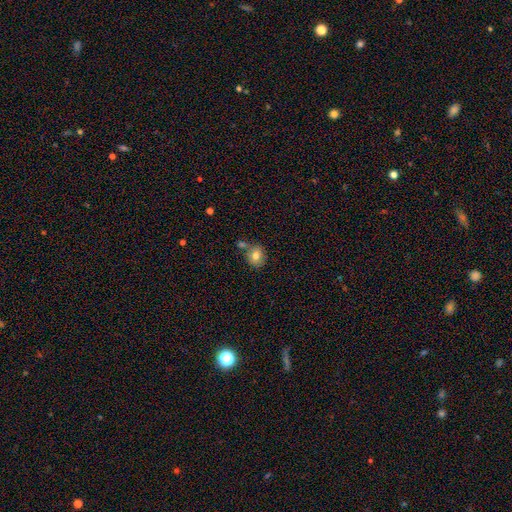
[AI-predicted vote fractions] This is likely a smooth galaxy (79%). How rounded: likely round (66%). Merging: likely none (64%).